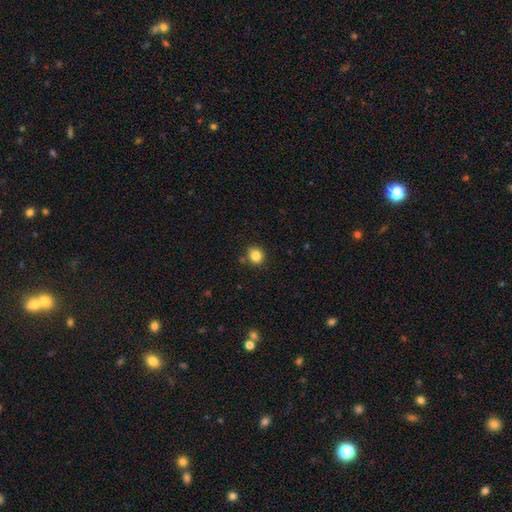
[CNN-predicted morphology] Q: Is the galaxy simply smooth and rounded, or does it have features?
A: smooth — 84%.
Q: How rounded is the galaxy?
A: round — 83%.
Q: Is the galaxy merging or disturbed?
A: none — 83%.